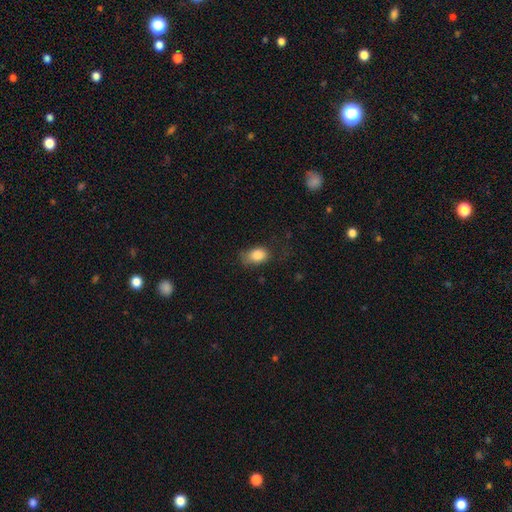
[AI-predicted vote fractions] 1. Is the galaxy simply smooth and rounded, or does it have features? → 85% smooth, 9% star or artifact, 7% featured or disk.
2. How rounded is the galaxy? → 76% in between, 22% round, 2% cigar-shaped.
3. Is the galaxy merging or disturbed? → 57% none, 29% minor disturbance, 12% major disturbance, 2% merger.